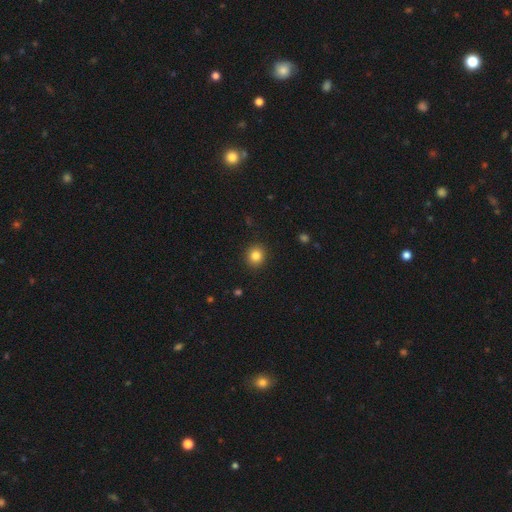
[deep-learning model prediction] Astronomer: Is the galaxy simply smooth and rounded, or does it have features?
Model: smooth — 84%.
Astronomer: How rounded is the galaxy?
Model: round — 87%.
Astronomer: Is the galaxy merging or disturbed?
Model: none — 91%.